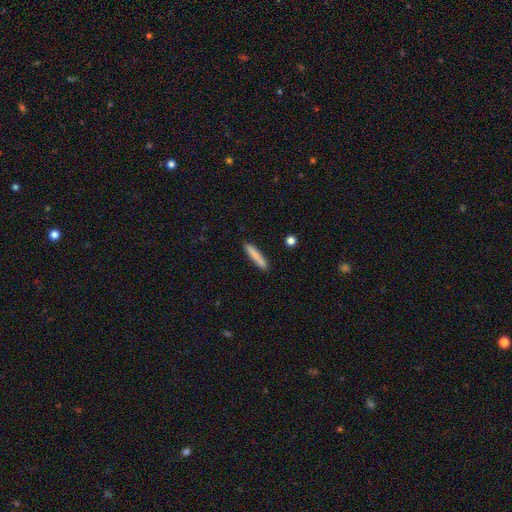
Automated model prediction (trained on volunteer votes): This appears to be a smooth galaxy with no disk features (81%) that is cigar-shaped (92%). Merging: none (86%).